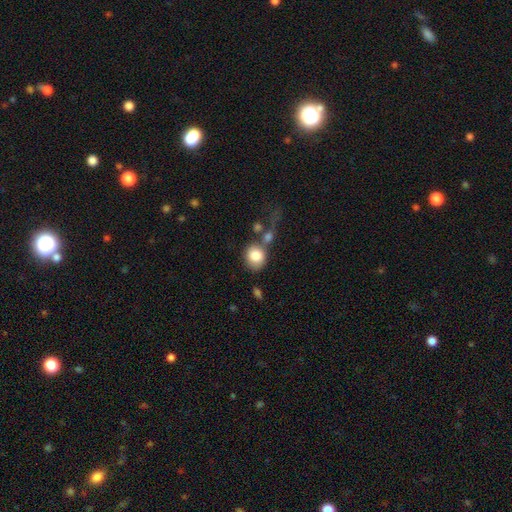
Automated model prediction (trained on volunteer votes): Overall: smooth (82%). How rounded: round (65%; in between 34%). Merging: none (49%; merger 24%).